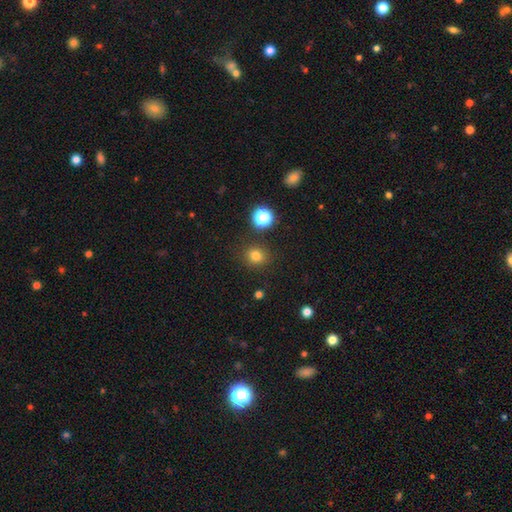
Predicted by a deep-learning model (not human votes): Q: Smooth or featured?
A: smooth (77%); runner-up: star or artifact (17%)
Q: How rounded?
A: round (83%); runner-up: in between (16%)
Q: Merging?
A: none (87%); runner-up: minor disturbance (7%)